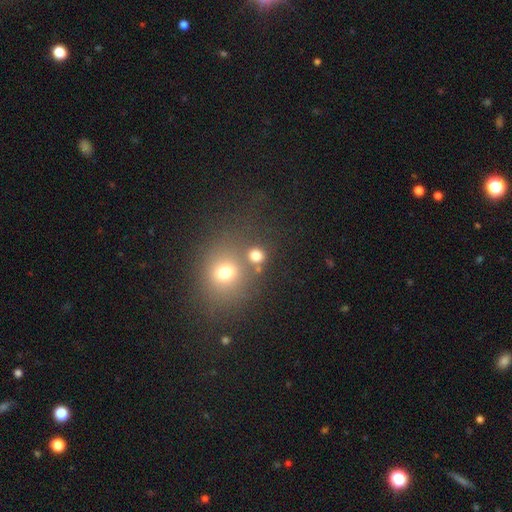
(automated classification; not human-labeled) smooth 74%, star or artifact 18%, featured or disk 8%. Down the decision tree: how rounded — round (80%); merging — none (62%).